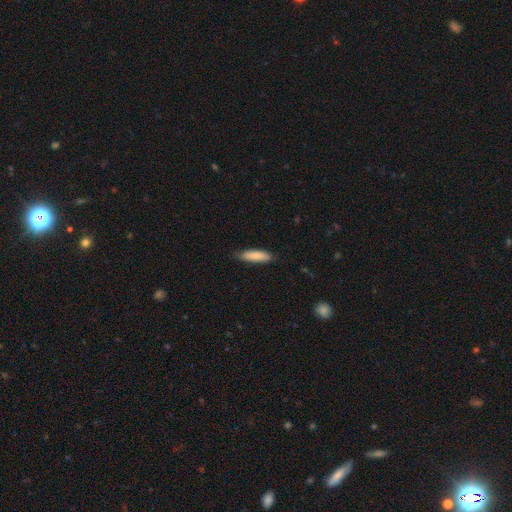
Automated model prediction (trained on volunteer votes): Q: Smooth or featured?
A: smooth (85%); runner-up: featured or disk (10%)
Q: How rounded?
A: cigar-shaped (60%); runner-up: in between (39%)
Q: Merging?
A: none (78%); runner-up: minor disturbance (19%)